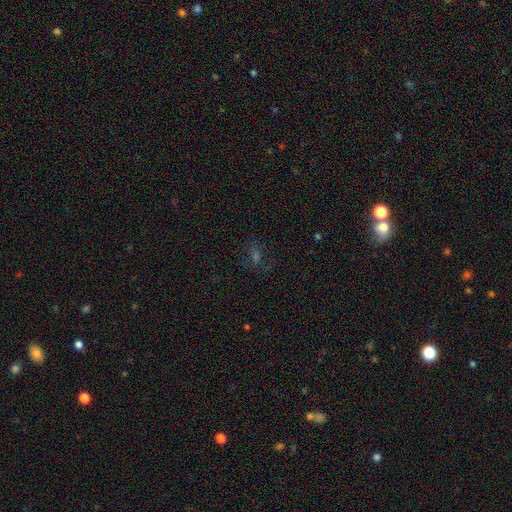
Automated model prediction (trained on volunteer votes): A star or artifact, not a galaxy (44%).

Vote fractions:
- Smooth or featured? star or artifact: 44% / smooth: 33% / featured or disk: 23%